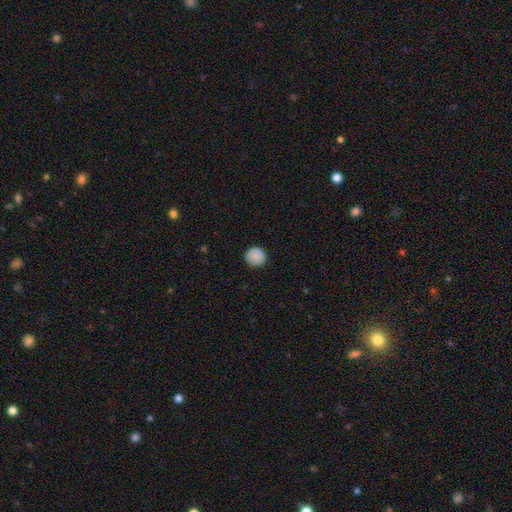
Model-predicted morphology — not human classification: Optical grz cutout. It shows a smooth galaxy with no disk features (88%) that is round (91%). Merging: none (90%).